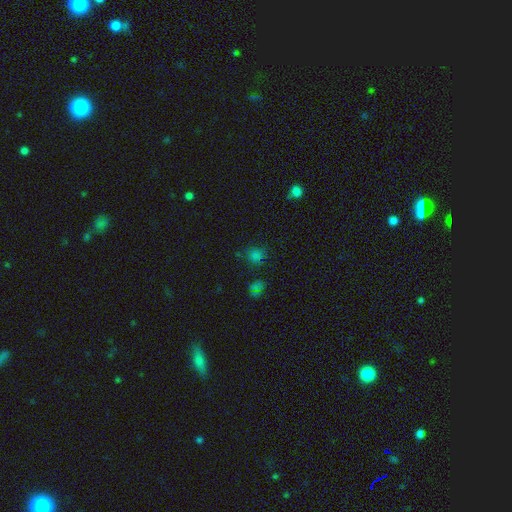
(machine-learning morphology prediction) smooth_or_featured: smooth (p=0.66) [alt: star or artifact p=0.29]
how_rounded: round (p=0.85) [alt: in between p=0.14]
merging: none (p=0.77) [alt: minor disturbance p=0.12]